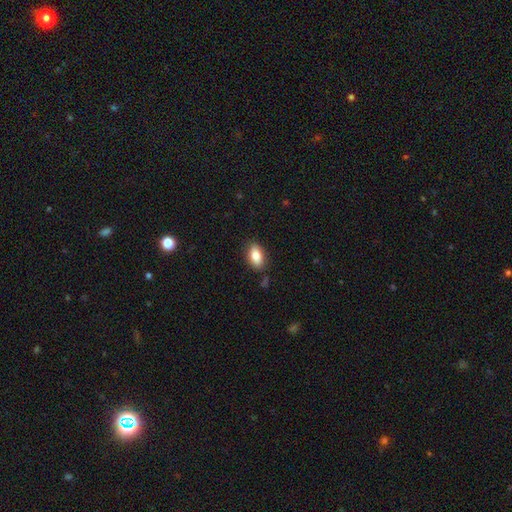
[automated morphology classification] Smooth or featured? Predicted: smooth (p=0.83). How rounded? Predicted: in between (p=0.90). Merging? Predicted: none (p=0.85).